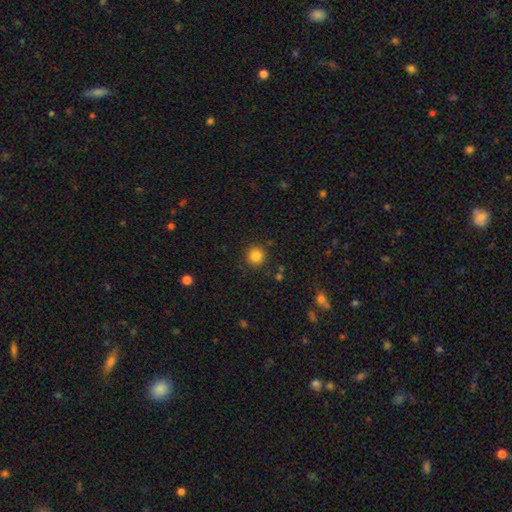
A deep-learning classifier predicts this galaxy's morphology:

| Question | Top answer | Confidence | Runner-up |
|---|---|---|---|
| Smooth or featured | smooth | 83% | star or artifact (12%) |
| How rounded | round | 94% | in between (5%) |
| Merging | none | 89% | minor disturbance (7%) |